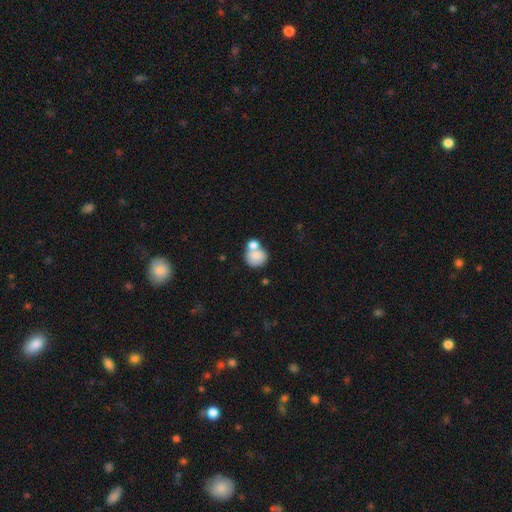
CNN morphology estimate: Overall: smooth (80%). How rounded: round (78%). Merging: merger (46%; none 38%).